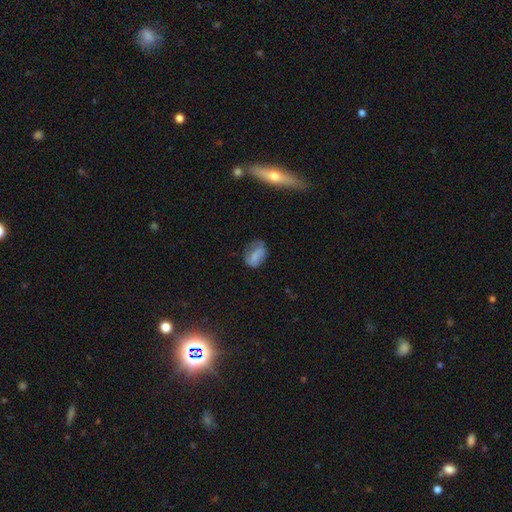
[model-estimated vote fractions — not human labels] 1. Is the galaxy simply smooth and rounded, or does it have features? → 72% smooth, 17% featured or disk, 10% star or artifact.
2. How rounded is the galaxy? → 78% in between, 20% round, 2% cigar-shaped.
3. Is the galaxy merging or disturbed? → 49% none, 34% minor disturbance, 15% major disturbance, 2% merger.